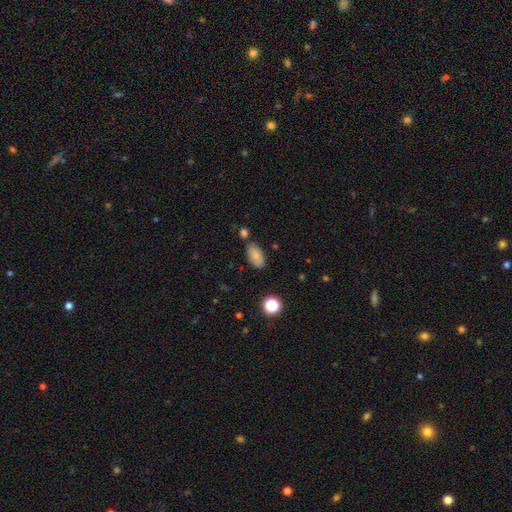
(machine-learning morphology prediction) A smooth galaxy with no disk features (84%) that is in between round and cigar-shaped (92%).

Vote fractions:
- Smooth or featured? smooth: 84% / star or artifact: 9% / featured or disk: 7%
- How rounded? in between: 92% / cigar-shaped: 4% / round: 4%
- Merging? none: 75% / minor disturbance: 14% / merger: 7% / major disturbance: 3%